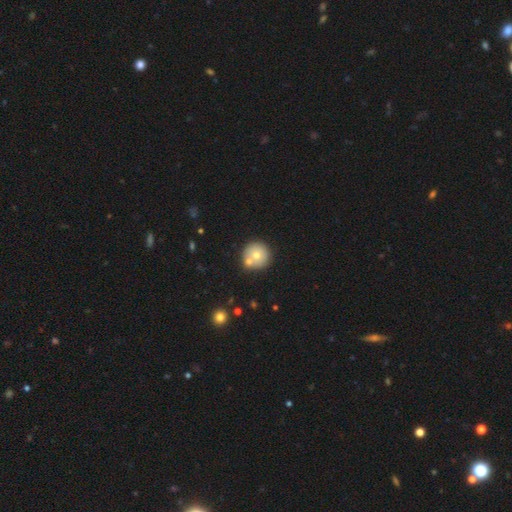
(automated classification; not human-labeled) This is likely a smooth galaxy (70%). How rounded: clearly round (95%). Merging: likely none (63%).